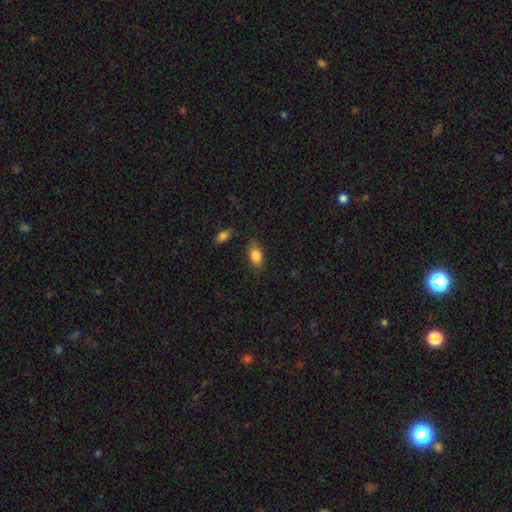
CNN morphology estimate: This appears to be a smooth galaxy with no disk features (84%) that is in between round and cigar-shaped (86%). Merging: none (80%).